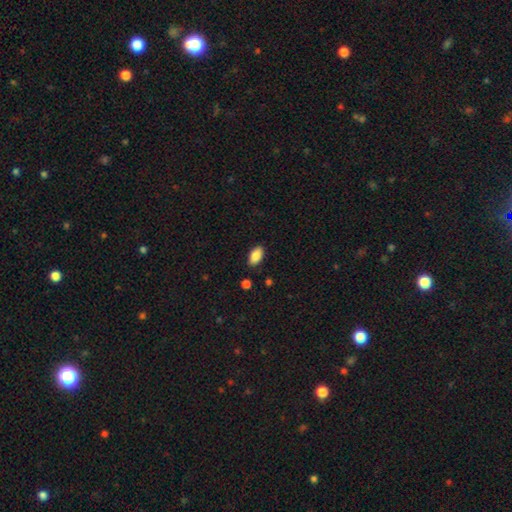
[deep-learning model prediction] A smooth galaxy with no disk features (87%) that is in between round and cigar-shaped (93%).

Vote fractions:
- Smooth or featured? smooth: 87% / star or artifact: 7% / featured or disk: 6%
- How rounded? in between: 93% / round: 4% / cigar-shaped: 3%
- Merging? none: 86% / minor disturbance: 10% / major disturbance: 2% / merger: 2%